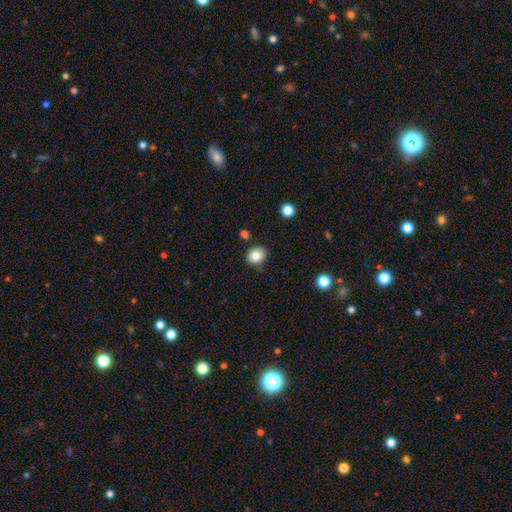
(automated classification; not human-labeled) smooth_or_featured: smooth (p=0.82) [alt: star or artifact p=0.10]
how_rounded: round (p=0.67) [alt: in between p=0.32]
merging: none (p=0.85) [alt: minor disturbance p=0.10]